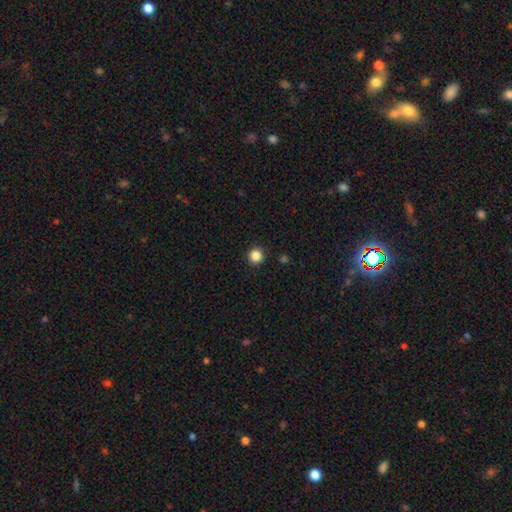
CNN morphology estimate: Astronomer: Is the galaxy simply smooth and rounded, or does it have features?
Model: smooth — 85%.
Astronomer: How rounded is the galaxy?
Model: round — 95%.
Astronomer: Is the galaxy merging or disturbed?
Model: none — 93%.